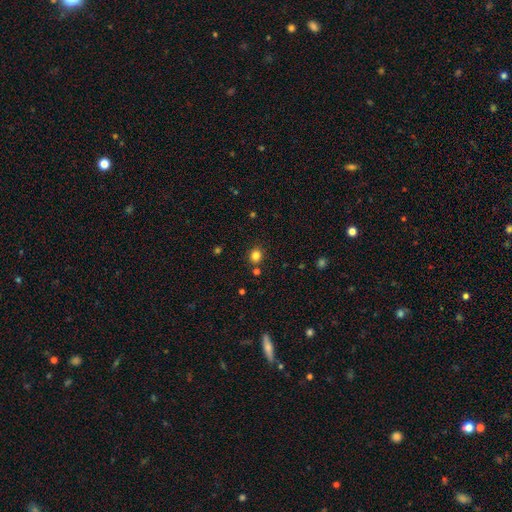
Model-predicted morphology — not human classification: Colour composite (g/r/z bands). It shows a smooth galaxy with no disk features (82%) that is round (79%). Merging: none (83%).